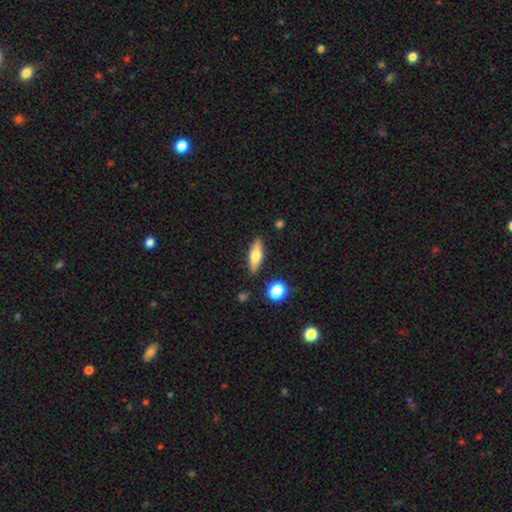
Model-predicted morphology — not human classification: This is possibly a smooth galaxy (58%). How rounded: possibly in between (52%). Merging: clearly none (87%).